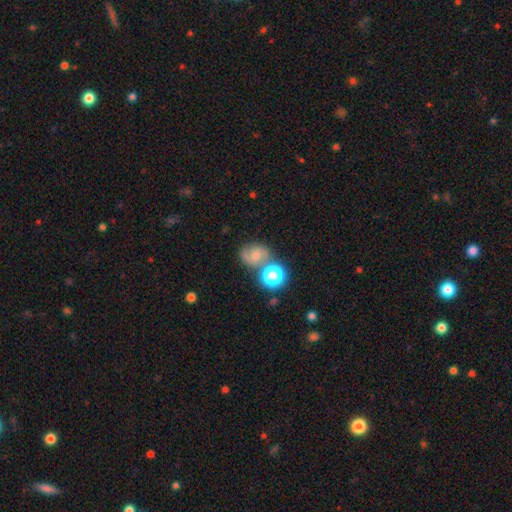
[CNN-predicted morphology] Smooth or featured? smooth (44%)
Merging? none (56%)